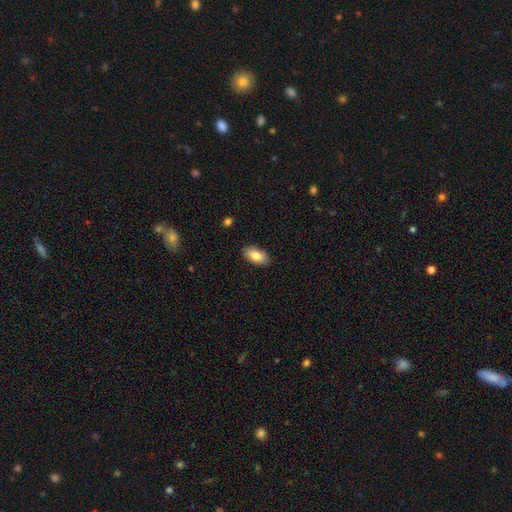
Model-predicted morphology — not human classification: This is clearly a smooth galaxy (83%). How rounded: clearly in between (93%). Merging: clearly none (88%).